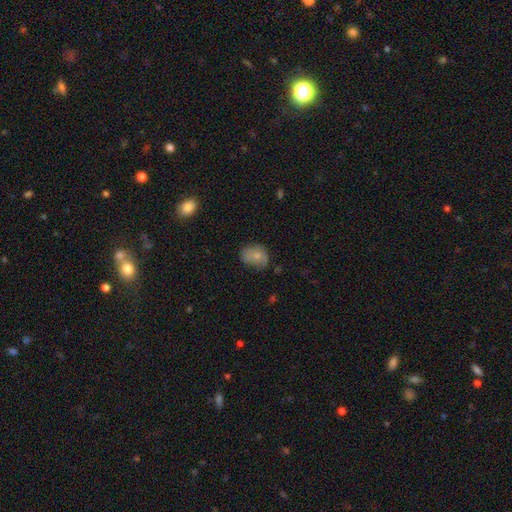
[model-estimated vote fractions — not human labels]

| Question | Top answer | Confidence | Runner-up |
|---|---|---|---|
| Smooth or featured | smooth | 69% | featured or disk (22%) |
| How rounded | in between | 62% | round (37%) |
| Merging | none | 49% | minor disturbance (34%) |